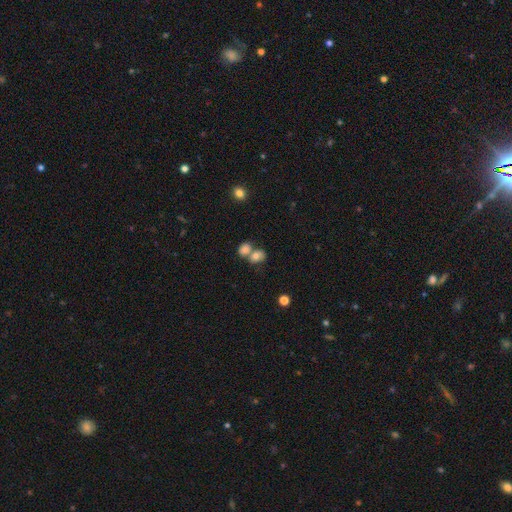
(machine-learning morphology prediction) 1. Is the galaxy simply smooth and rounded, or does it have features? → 75% smooth, 13% featured or disk, 11% star or artifact.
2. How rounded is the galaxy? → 56% in between, 43% round, 1% cigar-shaped.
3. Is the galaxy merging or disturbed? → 54% merger, 33% none, 10% minor disturbance, 4% major disturbance.